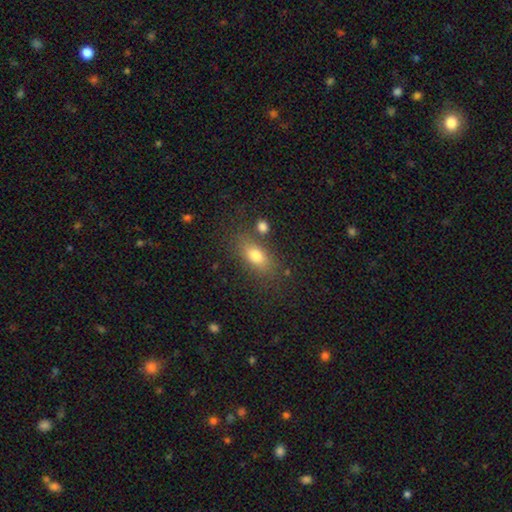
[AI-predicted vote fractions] Smooth or featured? smooth (76%)
How rounded? in between (77%)
Merging? none (74%)